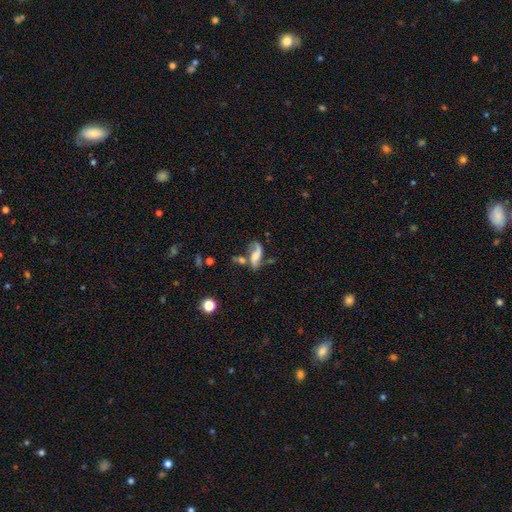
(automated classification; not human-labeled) Overall: featured or disk (65%; smooth 25%). Edge-on disk: no (93%). Bar: no (50%; weak 34%). Spiral arms: yes (88%). Spiral arm count: 2 (82%). Spiral winding: loose (71%). Bulge size: none (33%; moderate 24%). Merging: none (40%; merger 25%).